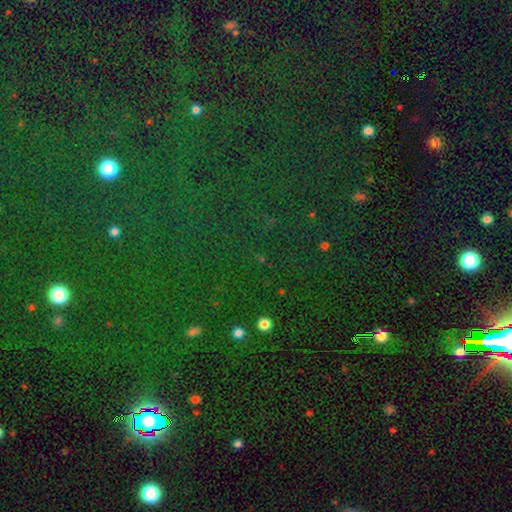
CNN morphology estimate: Smooth or featured? star or artifact (81%)